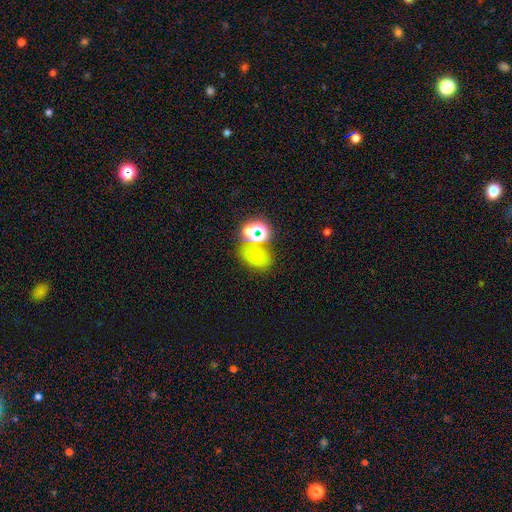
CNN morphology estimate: Smooth or featured? smooth (63%)
How rounded? in between (64%)
Merging? none (62%)